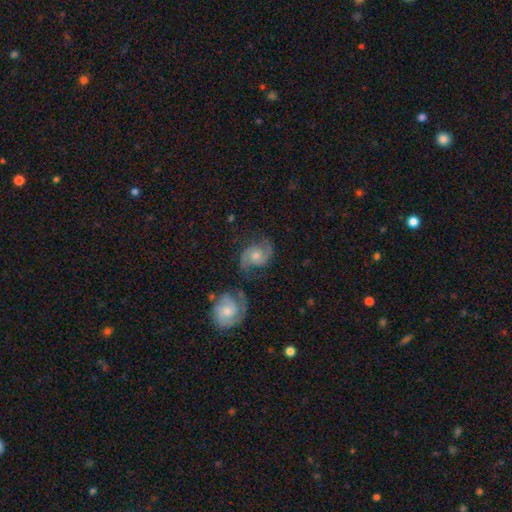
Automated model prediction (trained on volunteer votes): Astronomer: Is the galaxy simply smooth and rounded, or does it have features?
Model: featured or disk — 85%.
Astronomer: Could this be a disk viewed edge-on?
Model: no — 98%.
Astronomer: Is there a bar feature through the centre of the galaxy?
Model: no — 62%.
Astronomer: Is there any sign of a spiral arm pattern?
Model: yes — 97%.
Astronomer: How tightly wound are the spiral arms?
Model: medium — 57%.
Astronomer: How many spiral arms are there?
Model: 2 — 92%.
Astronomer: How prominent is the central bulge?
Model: moderate — 58%.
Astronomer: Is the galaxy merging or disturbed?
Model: none — 66%.